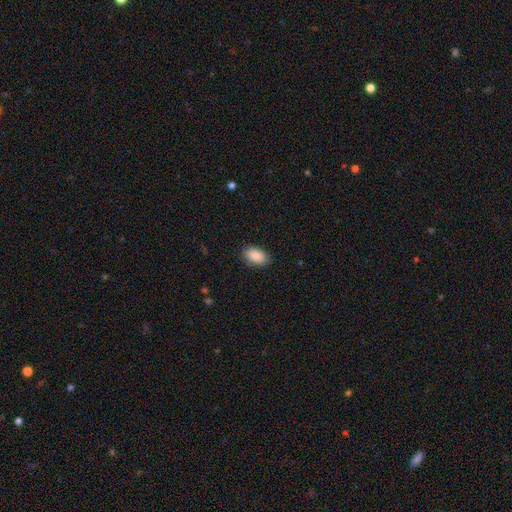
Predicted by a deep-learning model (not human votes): Overall: smooth (89%). How rounded: in between (93%). Merging: none (85%).